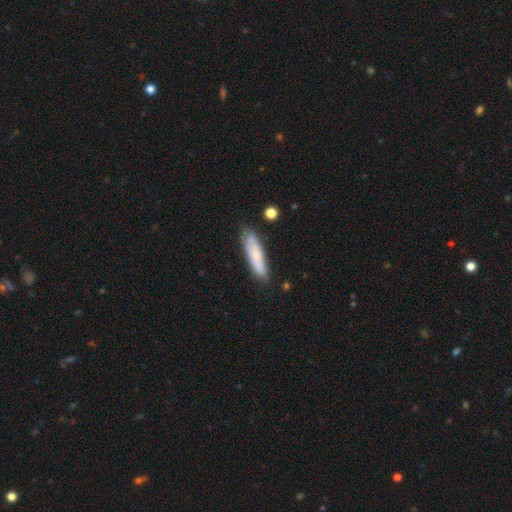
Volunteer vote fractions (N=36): Q: Smooth or featured?
A: smooth (67%); runner-up: featured or disk (31%)
Q: How rounded?
A: cigar-shaped (83%); runner-up: in between (17%)
Q: Merging?
A: none (71%); runner-up: minor disturbance (17%)